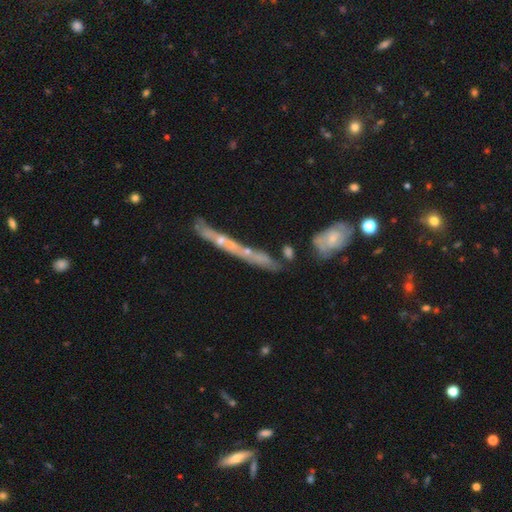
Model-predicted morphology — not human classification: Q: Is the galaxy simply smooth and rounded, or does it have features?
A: featured or disk — 59%.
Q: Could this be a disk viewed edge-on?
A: yes — 70%.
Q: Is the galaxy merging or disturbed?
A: none — 48%.